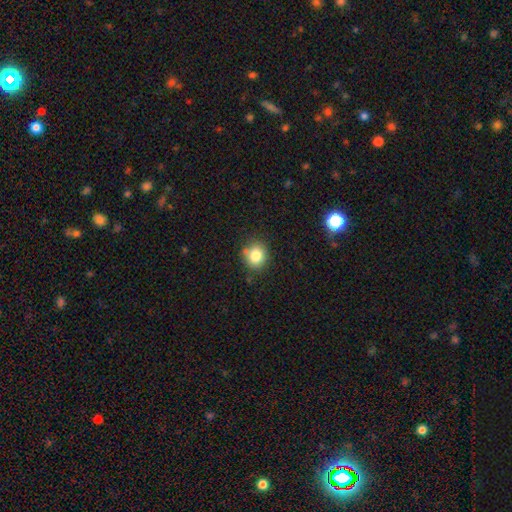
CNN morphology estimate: Smooth or featured? Predicted: smooth (p=0.82). How rounded? Predicted: round (p=0.78). Merging? Predicted: none (p=0.78).